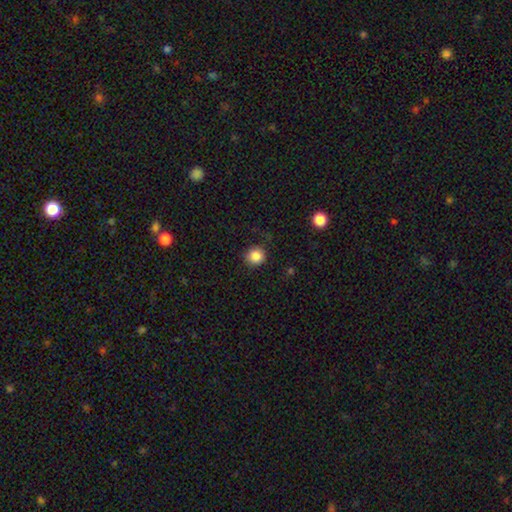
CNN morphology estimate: Q: Smooth or featured?
A: smooth (86%); runner-up: star or artifact (10%)
Q: How rounded?
A: round (90%); runner-up: in between (9%)
Q: Merging?
A: none (85%); runner-up: minor disturbance (11%)